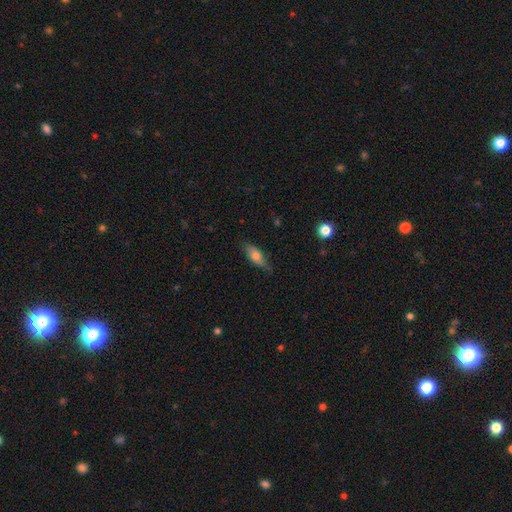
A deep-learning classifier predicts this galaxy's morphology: This is likely a smooth galaxy (69%). How rounded: likely in between (70%). Merging: likely none (74%).